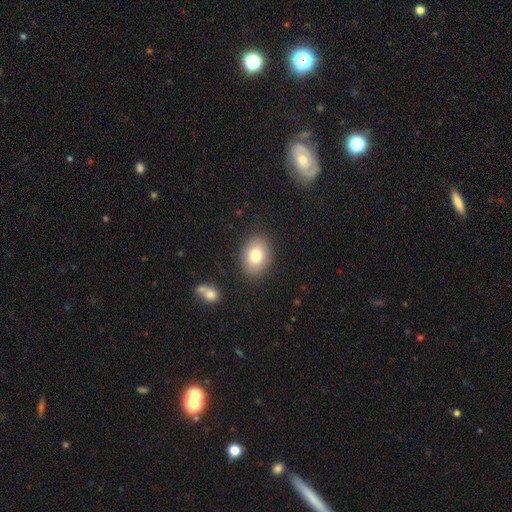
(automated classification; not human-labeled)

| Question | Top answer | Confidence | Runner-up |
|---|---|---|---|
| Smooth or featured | smooth | 78% | featured or disk (13%) |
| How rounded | in between | 65% | round (34%) |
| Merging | none | 87% | minor disturbance (9%) |